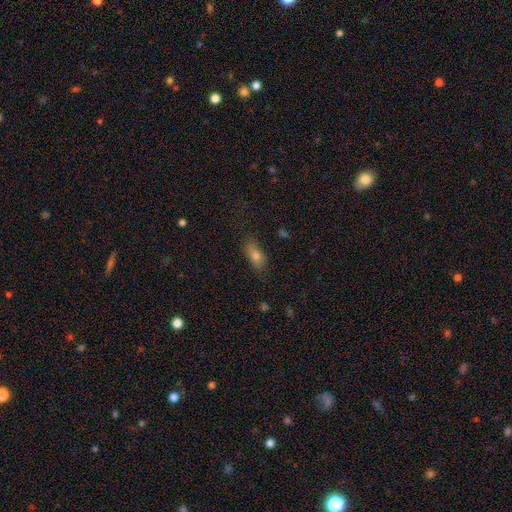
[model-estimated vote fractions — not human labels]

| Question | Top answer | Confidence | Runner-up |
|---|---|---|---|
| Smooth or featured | smooth | 73% | featured or disk (16%) |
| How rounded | in between | 77% | cigar-shaped (17%) |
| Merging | none | 79% | minor disturbance (16%) |